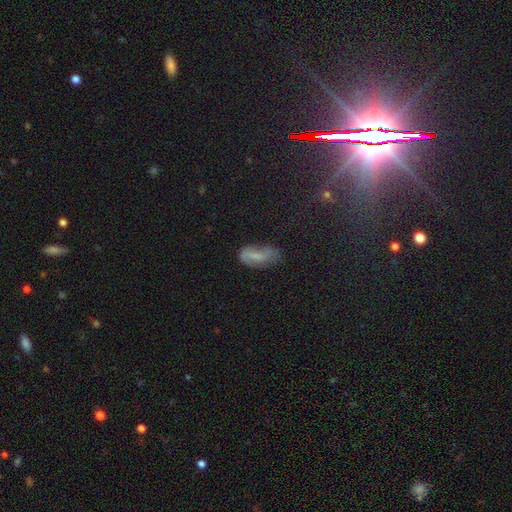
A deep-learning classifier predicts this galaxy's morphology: Smooth or featured: smooth — 49% (featured or disk — 38%)
Merging: none — 52% (minor disturbance — 30%)